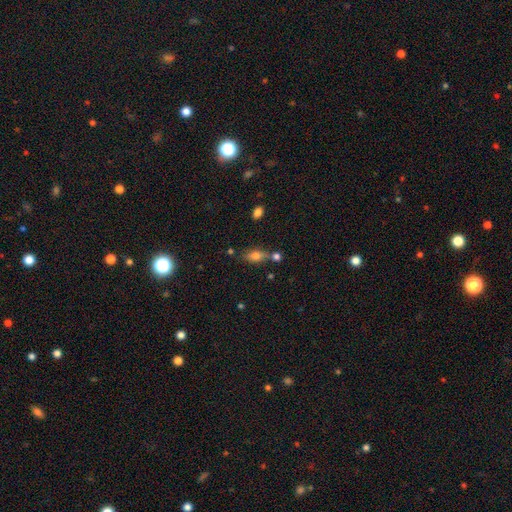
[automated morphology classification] The model was most divided on "merging": none: 59%, merger: 19%, minor disturbance: 16%, major disturbance: 5%. More confident: how rounded — in between (78%); smooth or featured — smooth (71%).